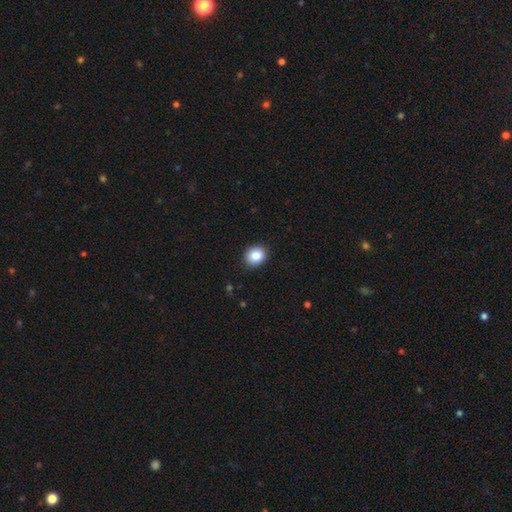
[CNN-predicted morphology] A smooth galaxy with no disk features (85%) that is round (65%).

Vote fractions:
- Smooth or featured? smooth: 85% / star or artifact: 9% / featured or disk: 6%
- How rounded? round: 65% / in between: 35% / cigar-shaped: 1%
- Merging? none: 91% / minor disturbance: 7% / major disturbance: 2% / merger: 1%